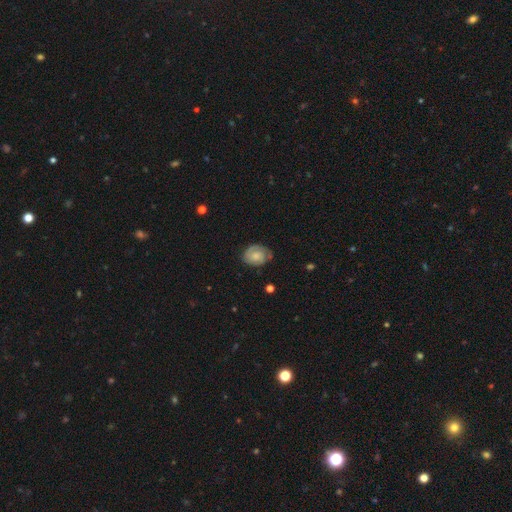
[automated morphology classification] A featured or disk galaxy (56%) with no bar (71%), spiral arms (87%) and a small central bulge (39%). Merging: none (67%).